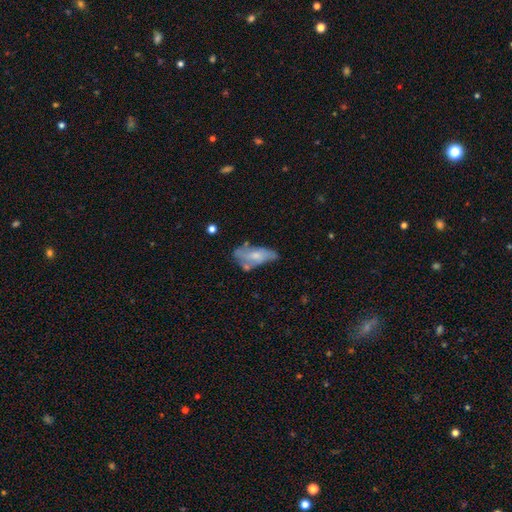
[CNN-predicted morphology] Smooth or featured? featured or disk (47%)
Merging? none (43%)